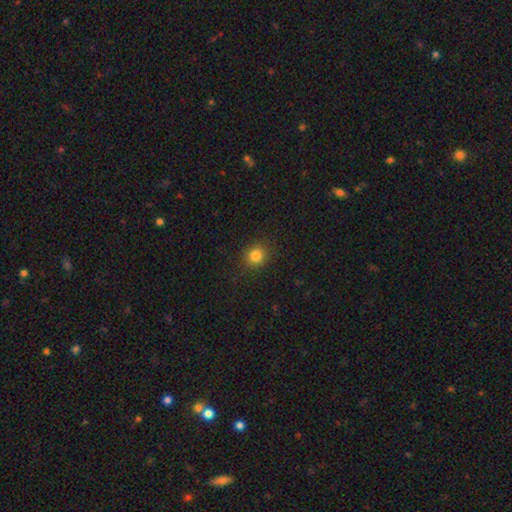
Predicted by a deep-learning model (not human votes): Smooth or featured? Predicted: smooth (p=0.82). How rounded? Predicted: round (p=0.83). Merging? Predicted: none (p=0.88).